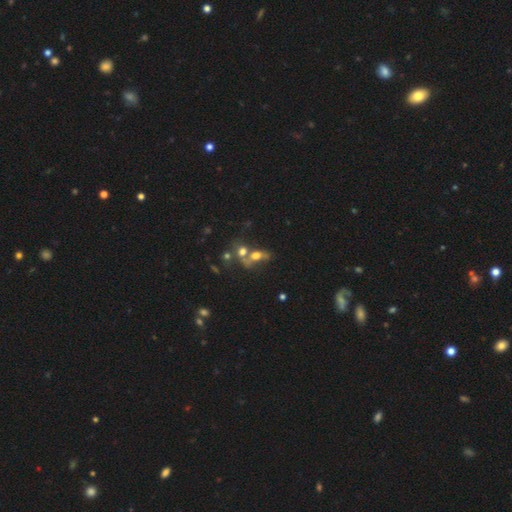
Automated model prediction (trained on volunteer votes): The model was most divided on "smooth or featured": smooth: 53%, featured or disk: 31%, star or artifact: 16%. More confident: how rounded — in between (62%); merging — merger (52%).